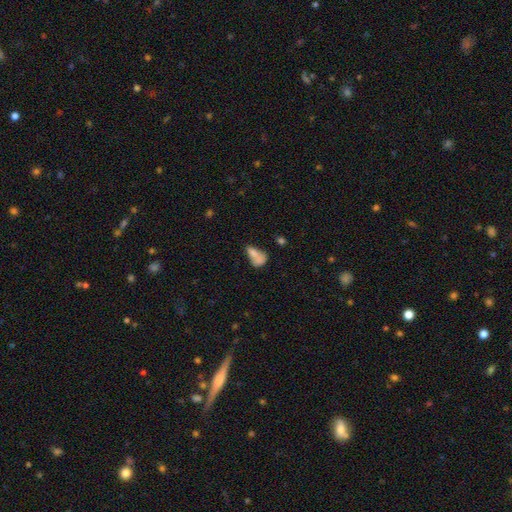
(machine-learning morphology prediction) This is likely a smooth galaxy (72%). How rounded: clearly in between (83%). Merging: marginally merger (43%).